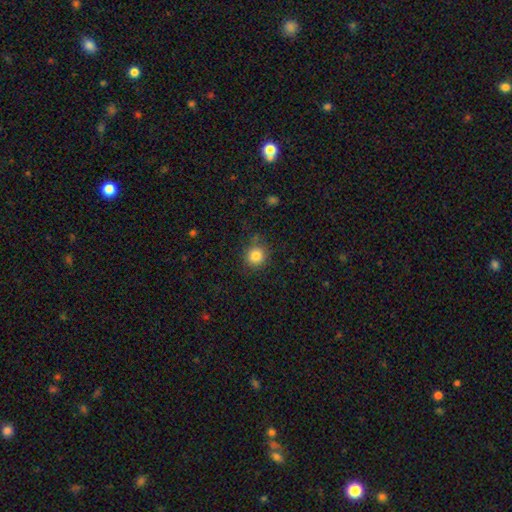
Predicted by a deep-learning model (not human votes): Q: Smooth or featured?
A: smooth (84%); runner-up: star or artifact (11%)
Q: How rounded?
A: round (91%); runner-up: in between (8%)
Q: Merging?
A: none (83%); runner-up: minor disturbance (11%)